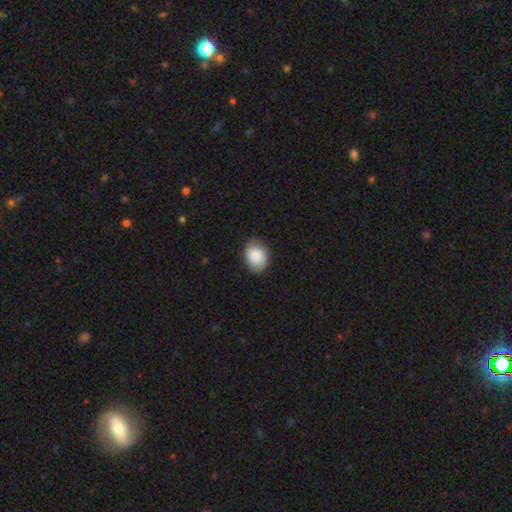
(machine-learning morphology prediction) This appears to be a smooth galaxy with no disk features (84%) that is in between round and cigar-shaped (74%). Merging: none (80%).